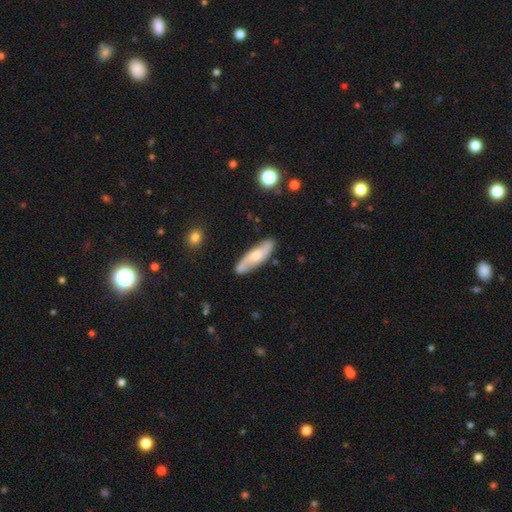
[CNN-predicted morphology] featured or disk 51%, smooth 43%, star or artifact 6%. Down the decision tree: edge-on disk — no (71%); merging — none (81%).